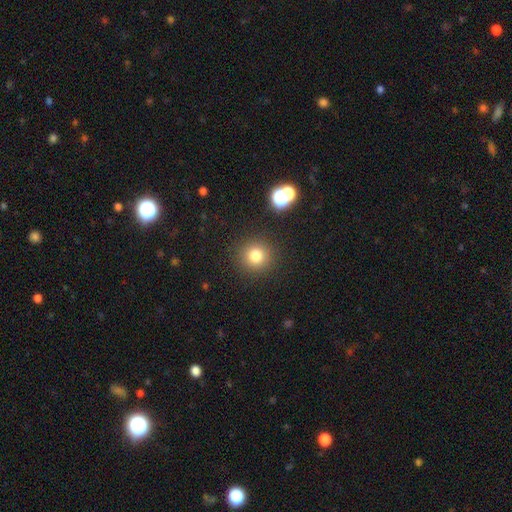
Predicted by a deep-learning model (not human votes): smooth 78%, star or artifact 15%, featured or disk 8%. Down the decision tree: how rounded — round (93%); merging — none (88%).